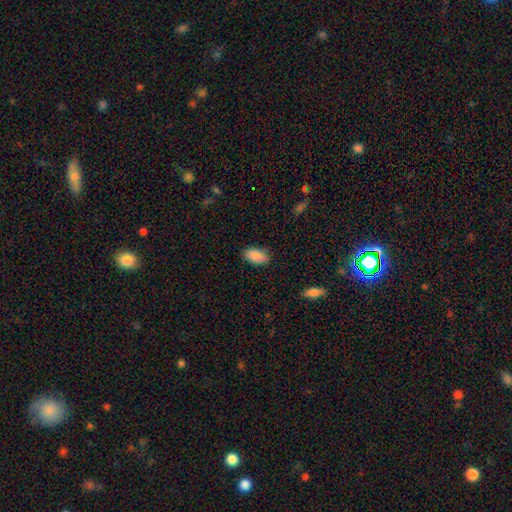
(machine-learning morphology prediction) The model was most divided on "merging": none: 80%, minor disturbance: 16%, major disturbance: 3%, merger: 1%. More confident: how rounded — in between (92%); smooth or featured — smooth (88%).